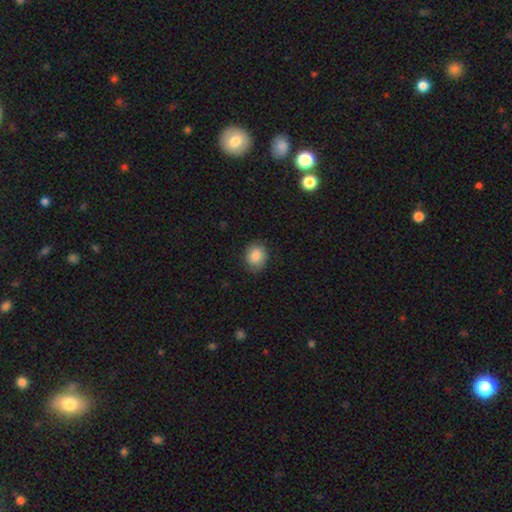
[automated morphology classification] smooth-or-featured: smooth: 84% | star or artifact: 8% | featured or disk: 8%
  how-rounded: round: 69% | in between: 30% | cigar-shaped: 1%
  merging: none: 83% | minor disturbance: 13% | major disturbance: 3% | merger: 1%